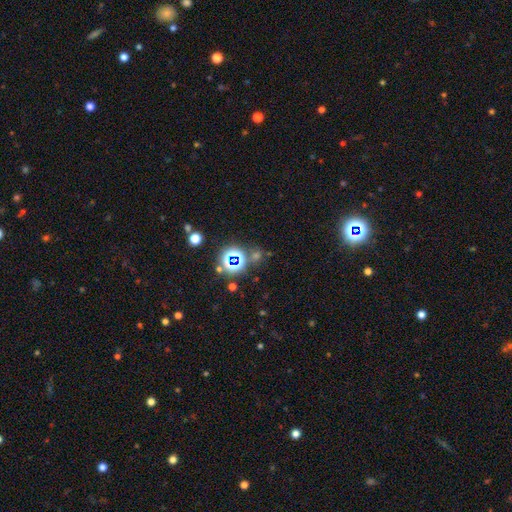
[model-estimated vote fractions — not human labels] smooth_or_featured: star or artifact (p=0.69) [alt: smooth p=0.23]